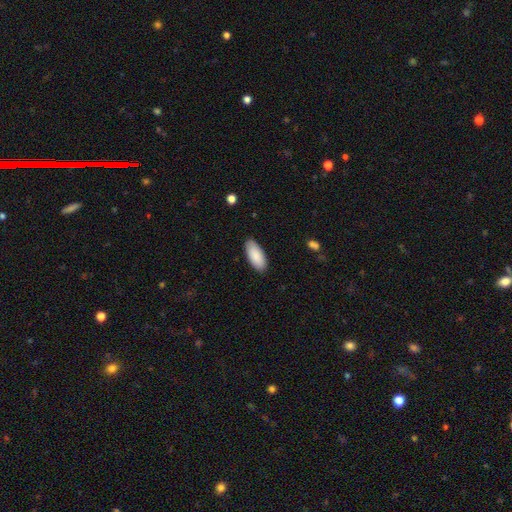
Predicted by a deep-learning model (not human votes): Q: Smooth or featured?
A: smooth (88%); runner-up: featured or disk (6%)
Q: How rounded?
A: in between (88%); runner-up: cigar-shaped (10%)
Q: Merging?
A: none (88%); runner-up: minor disturbance (10%)